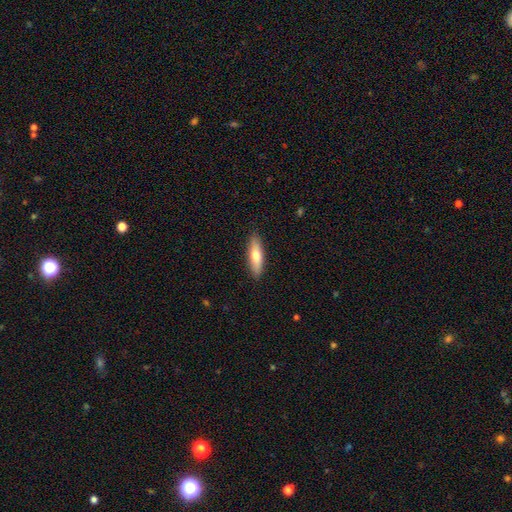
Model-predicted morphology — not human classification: Smooth or featured? smooth (64%)
How rounded? cigar-shaped (61%)
Merging? none (89%)